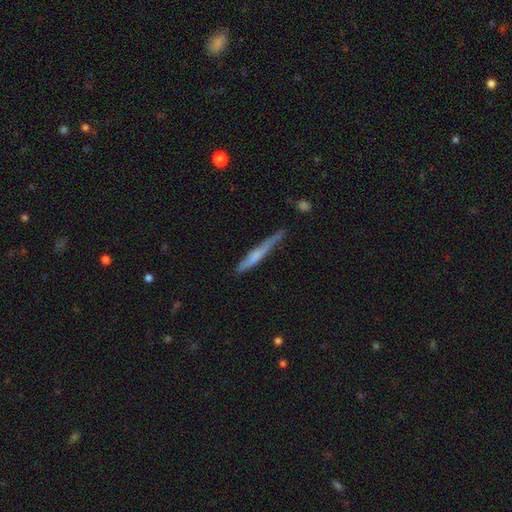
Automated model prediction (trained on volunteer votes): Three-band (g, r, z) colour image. It shows a smooth galaxy with no disk features (51%) that is cigar-shaped (95%). Merging: none (68%).